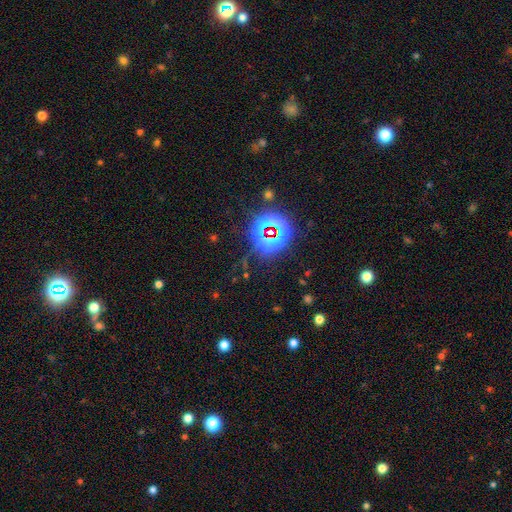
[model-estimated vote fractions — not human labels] star or artifact 82%, smooth 11%, featured or disk 7%.